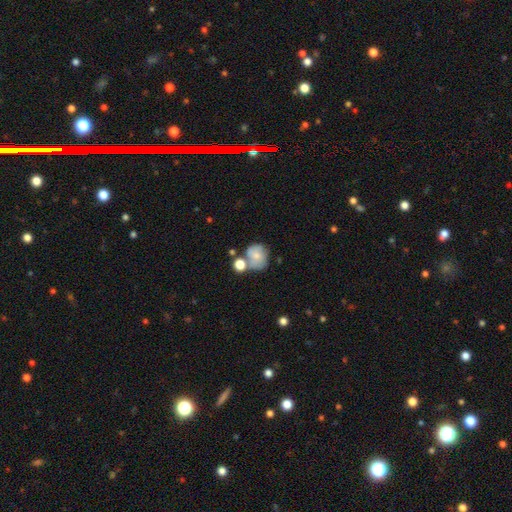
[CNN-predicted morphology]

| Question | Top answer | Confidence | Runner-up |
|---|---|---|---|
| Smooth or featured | smooth | 66% | featured or disk (24%) |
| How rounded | round | 76% | in between (23%) |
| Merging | none | 43% | merger (31%) |